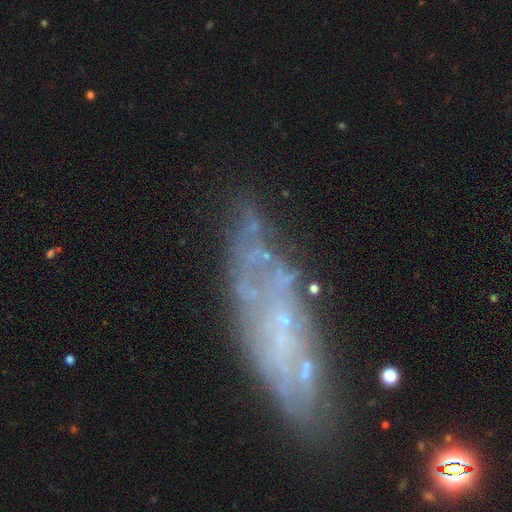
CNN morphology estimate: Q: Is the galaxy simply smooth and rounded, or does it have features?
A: featured or disk — 63%.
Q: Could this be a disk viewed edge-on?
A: no — 76%.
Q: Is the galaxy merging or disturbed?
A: none — 65%.